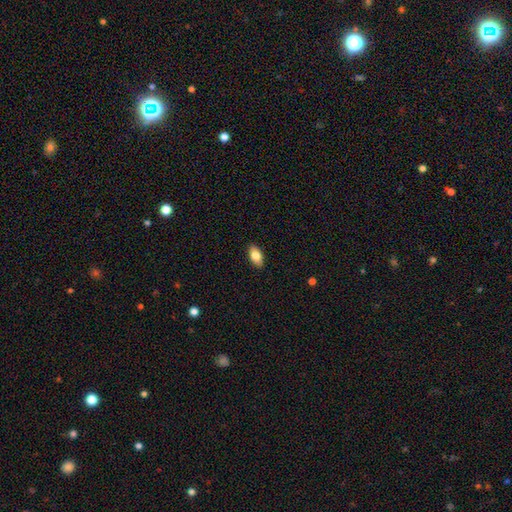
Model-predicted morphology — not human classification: smooth 80%, featured or disk 12%, star or artifact 7%. Down the decision tree: how rounded — in between (91%); merging — none (89%).